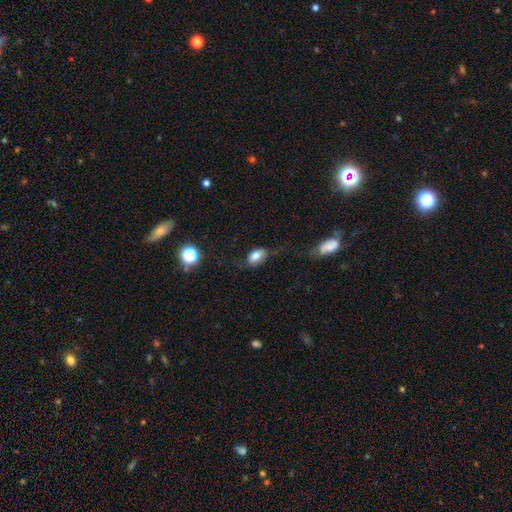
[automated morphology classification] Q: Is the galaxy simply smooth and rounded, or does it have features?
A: smooth — 76%.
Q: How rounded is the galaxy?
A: in between — 88%.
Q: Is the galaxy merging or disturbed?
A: none — 55%.